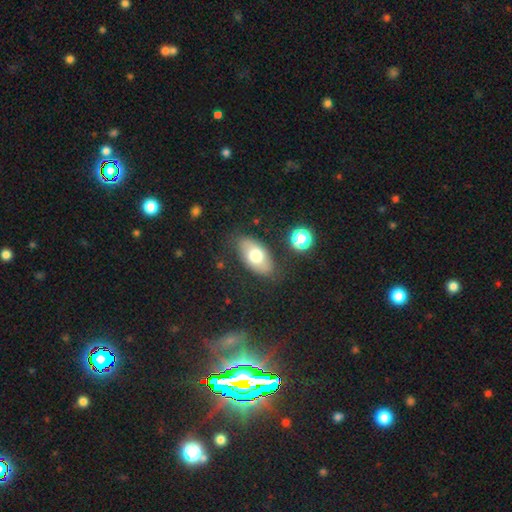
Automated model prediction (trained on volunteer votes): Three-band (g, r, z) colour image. It shows a smooth galaxy with no disk features (67%) that is in between round and cigar-shaped (92%). Merging: none (78%).